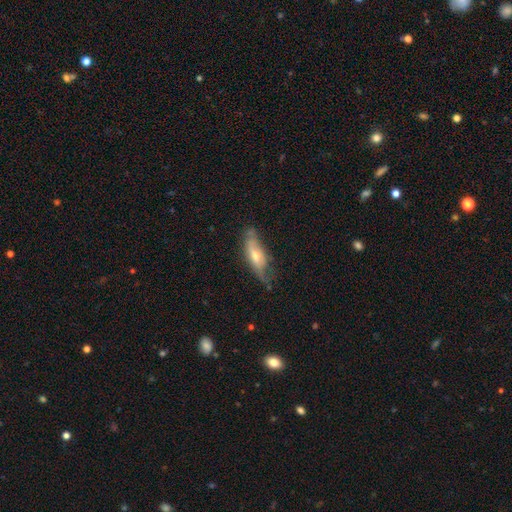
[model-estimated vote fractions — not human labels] Q: Smooth or featured?
A: featured or disk (52%); runner-up: smooth (41%)
Q: Edge-on disk?
A: no (55%); runner-up: yes (45%)
Q: Merging?
A: none (58%); runner-up: minor disturbance (30%)